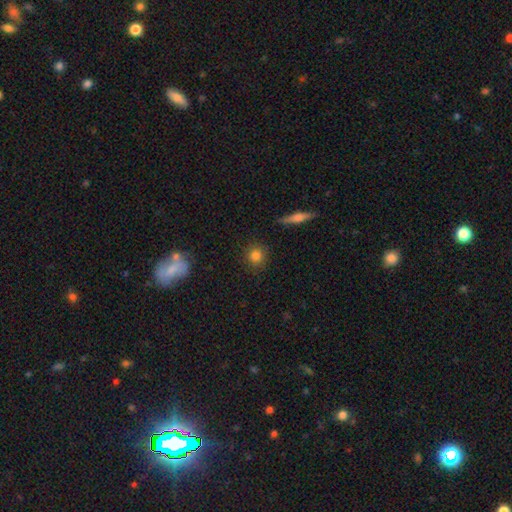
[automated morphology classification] Smooth or featured: smooth — 81% (star or artifact — 11%)
How rounded: round — 88% (in between — 10%)
Merging: none — 87% (minor disturbance — 8%)